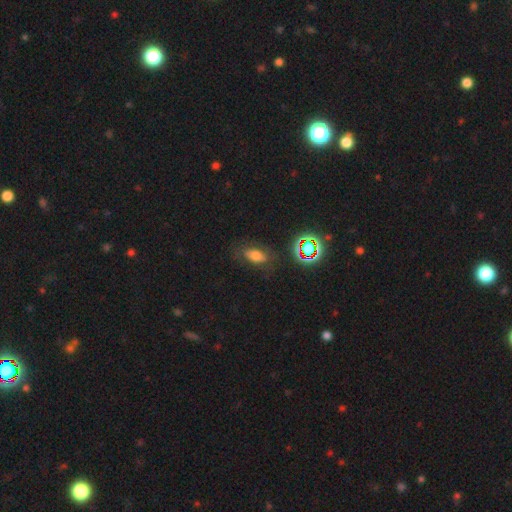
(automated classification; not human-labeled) This is possibly a smooth galaxy (56%). How rounded: clearly in between (84%). Merging: likely none (72%).